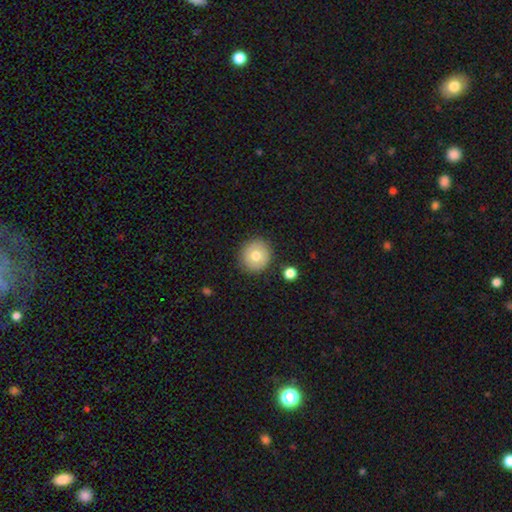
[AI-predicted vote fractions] Smooth or featured?
  - smooth: 71% *
  - featured or disk: 20%
  - star or artifact: 9%
How rounded?
  - round: 91% *
  - in between: 8%
  - cigar-shaped: 1%
Merging?
  - none: 87% *
  - minor disturbance: 8%
  - major disturbance: 2%
  - merger: 2%